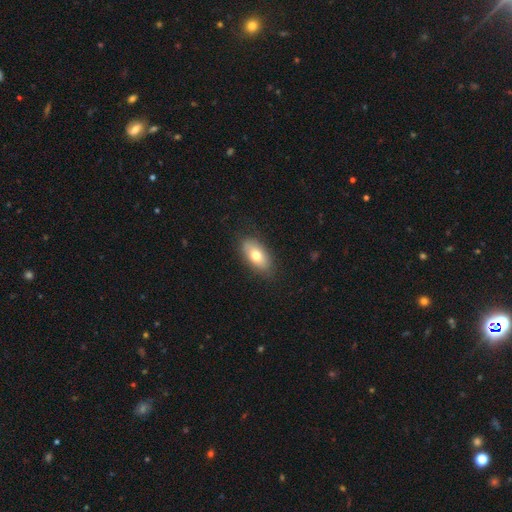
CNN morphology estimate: Smooth or featured? Predicted: smooth (p=0.72). How rounded? Predicted: in between (p=0.89). Merging? Predicted: none (p=0.84).